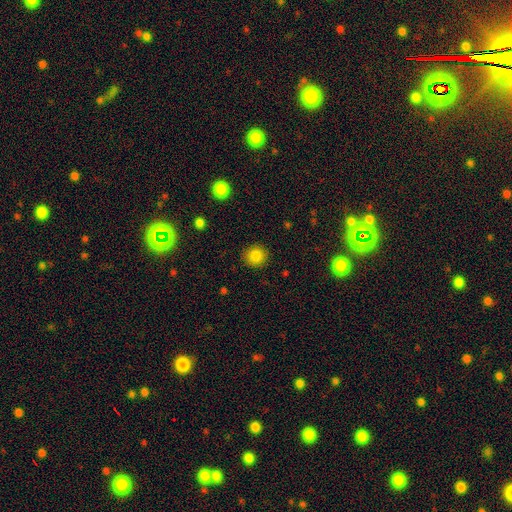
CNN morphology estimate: smooth 84%, star or artifact 11%, featured or disk 6%. Down the decision tree: how rounded — round (92%); merging — none (91%).